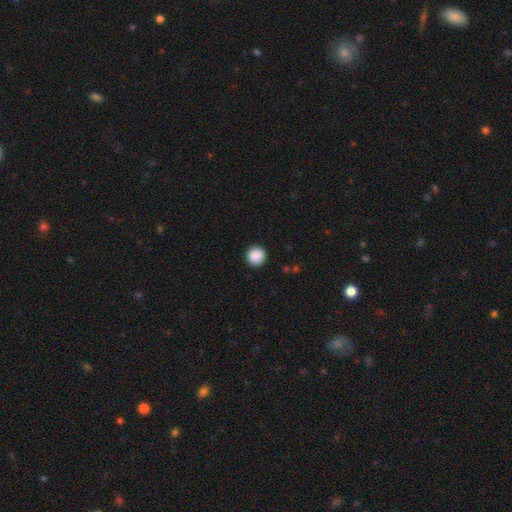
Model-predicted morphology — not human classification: Smooth or featured?
  - smooth: 89% *
  - star or artifact: 8%
  - featured or disk: 2%
How rounded?
  - round: 94% *
  - in between: 5%
  - cigar-shaped: 1%
Merging?
  - none: 92% *
  - minor disturbance: 5%
  - major disturbance: 2%
  - merger: 1%